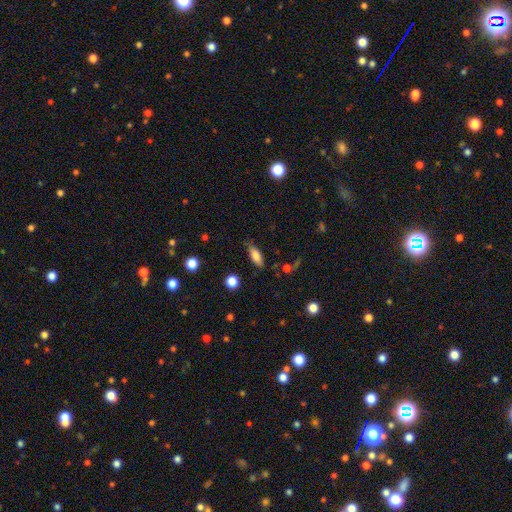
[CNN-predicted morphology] A smooth galaxy with no disk features (78%) that is in between round and cigar-shaped (71%).

Vote fractions:
- Smooth or featured? smooth: 78% / featured or disk: 14% / star or artifact: 8%
- How rounded? in between: 71% / cigar-shaped: 26% / round: 3%
- Merging? none: 75% / minor disturbance: 19% / major disturbance: 4% / merger: 2%